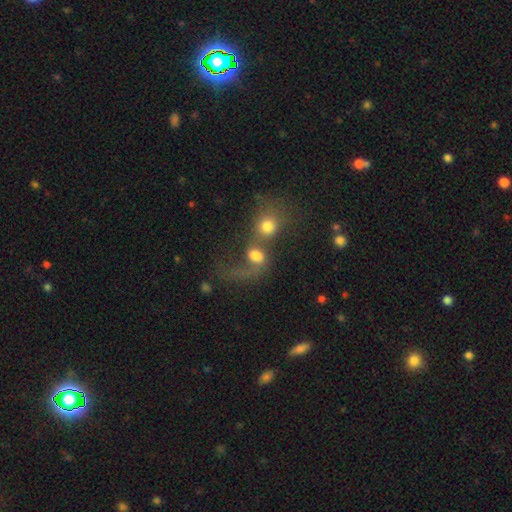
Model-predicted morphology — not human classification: The model was most divided on "how rounded": round: 59%, in between: 38%, cigar-shaped: 2%. More confident: merging — merger (69%); smooth or featured — smooth (58%).